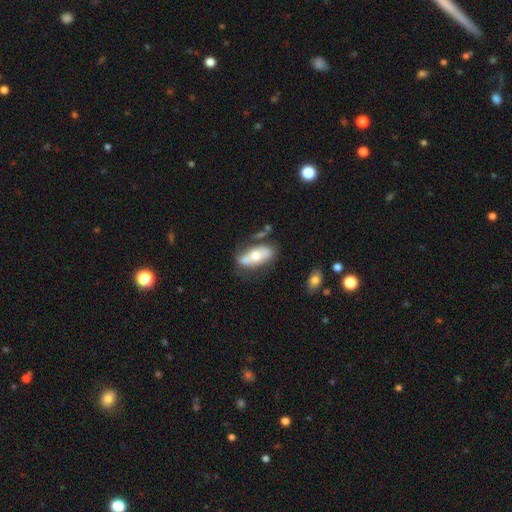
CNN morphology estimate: smooth 52%, featured or disk 42%, star or artifact 6%. Down the decision tree: how rounded — in between (82%); merging — none (59%).